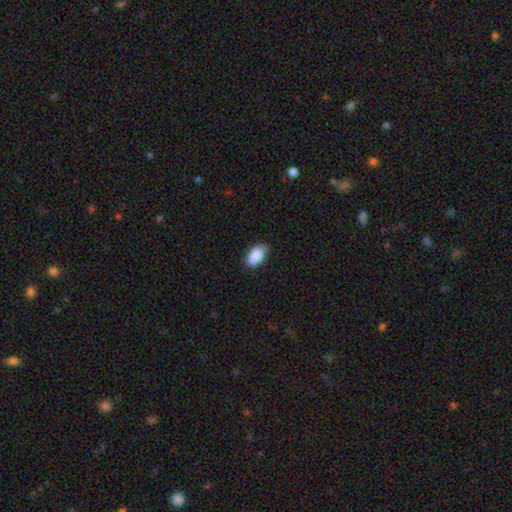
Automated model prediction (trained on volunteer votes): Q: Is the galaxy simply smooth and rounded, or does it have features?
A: smooth — 88%.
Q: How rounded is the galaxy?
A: in between — 94%.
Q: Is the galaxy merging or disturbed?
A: none — 82%.